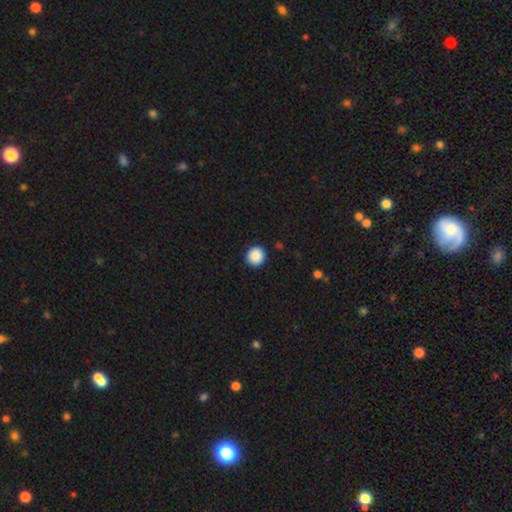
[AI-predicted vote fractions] Overall: smooth (88%). How rounded: round (91%). Merging: none (92%).